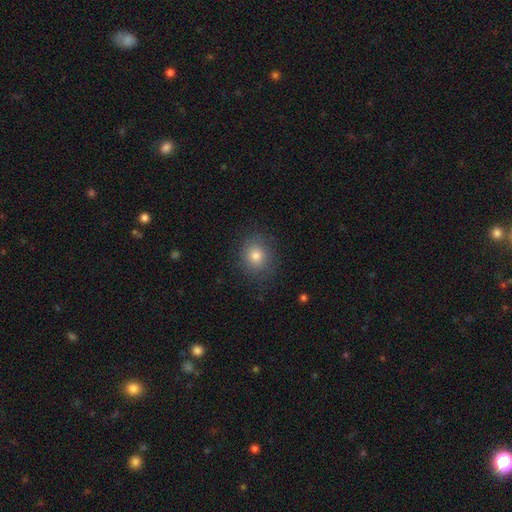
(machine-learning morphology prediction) A smooth galaxy with no disk features (78%) that is round (74%).

Vote fractions:
- Smooth or featured? smooth: 78% / star or artifact: 12% / featured or disk: 11%
- How rounded? round: 74% / in between: 26% / cigar-shaped: 1%
- Merging? none: 81% / minor disturbance: 13% / major disturbance: 5% / merger: 1%